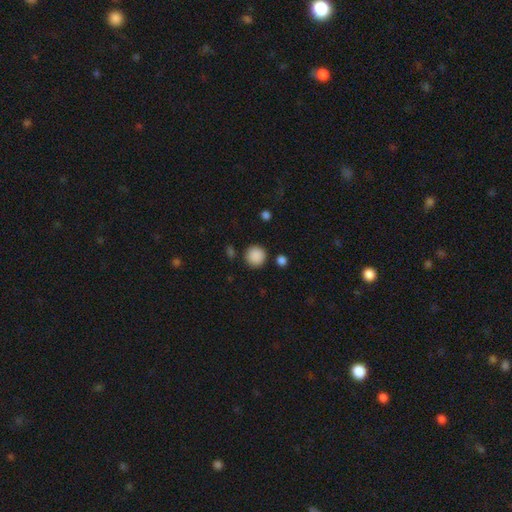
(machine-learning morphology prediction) This appears to be a smooth galaxy with no disk features (89%) that is round (93%). Merging: none (86%).